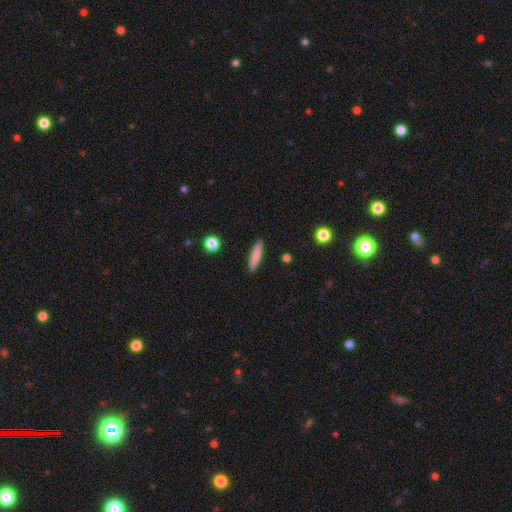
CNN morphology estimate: This appears to be a smooth galaxy with no disk features (84%) that is cigar-shaped (84%). Merging: none (90%).